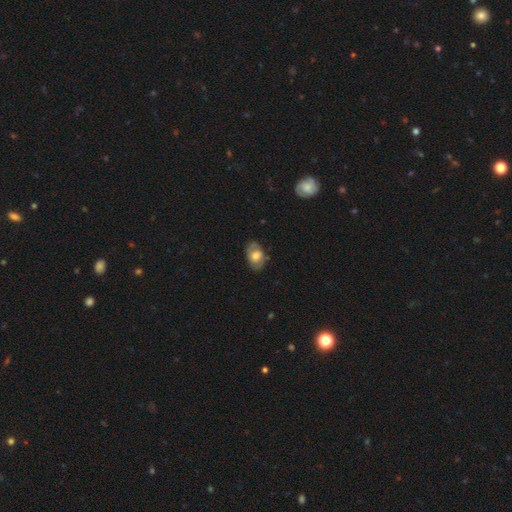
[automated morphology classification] Overall: smooth (51%; featured or disk 41%). How rounded: in between (83%). Merging: none (75%).